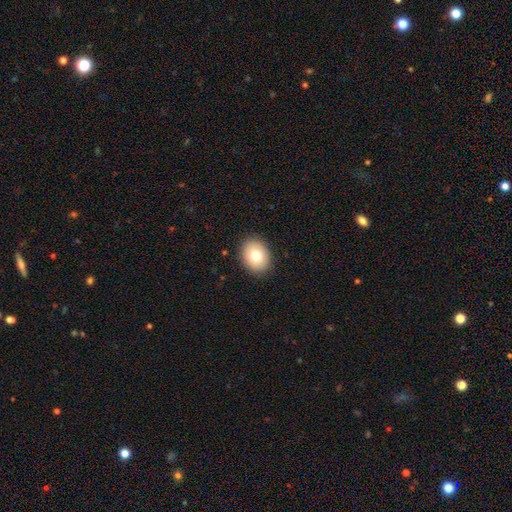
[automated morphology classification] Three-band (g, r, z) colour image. It shows a smooth galaxy with no disk features (77%) that is in between round and cigar-shaped (57%). Merging: none (89%).